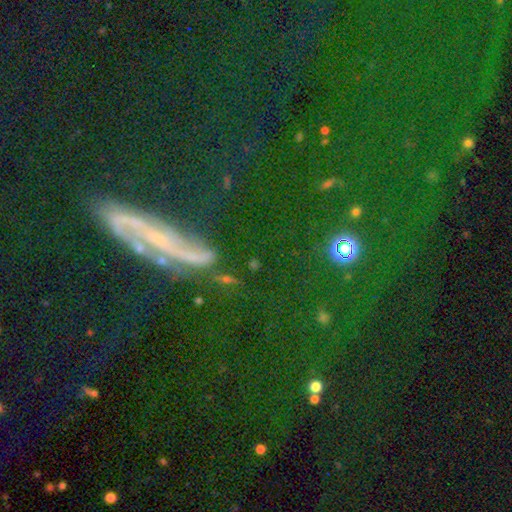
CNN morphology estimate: Smooth or featured? star or artifact (49%)